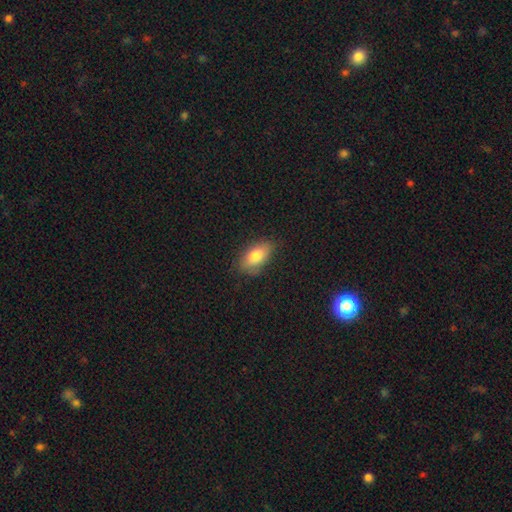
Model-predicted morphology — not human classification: Smooth or featured? smooth (79%)
How rounded? in between (90%)
Merging? none (80%)